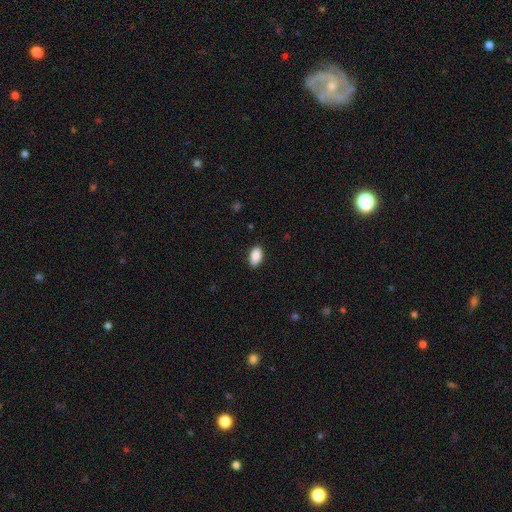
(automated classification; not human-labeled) Smooth or featured?
  - smooth: 90% *
  - star or artifact: 7%
  - featured or disk: 3%
How rounded?
  - in between: 94% *
  - round: 3%
  - cigar-shaped: 3%
Merging?
  - none: 88% *
  - minor disturbance: 9%
  - major disturbance: 2%
  - merger: 1%